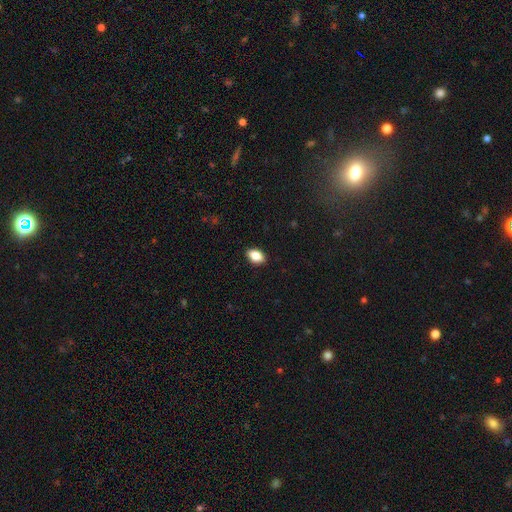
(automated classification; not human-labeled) smooth-or-featured: smooth: 84% | featured or disk: 8% | star or artifact: 8%
  how-rounded: in between: 87% | round: 10% | cigar-shaped: 2%
  merging: none: 88% | minor disturbance: 9% | major disturbance: 2% | merger: 1%